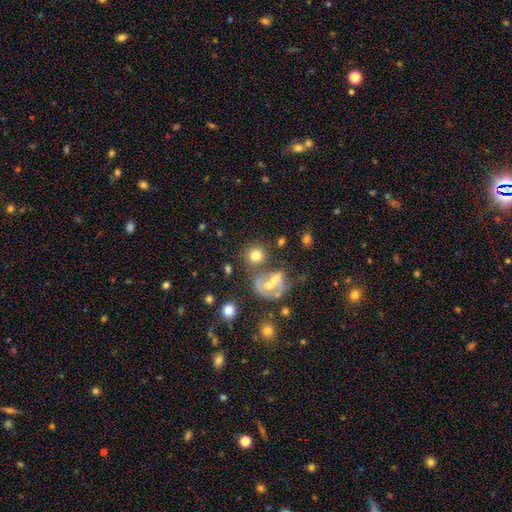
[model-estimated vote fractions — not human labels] Smooth or featured? smooth (75%)
How rounded? round (86%)
Merging? none (62%)